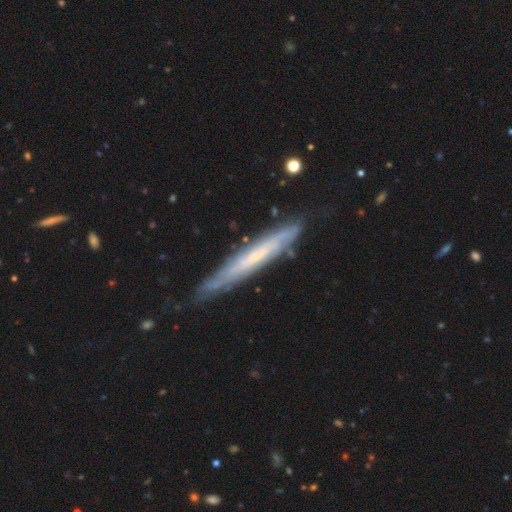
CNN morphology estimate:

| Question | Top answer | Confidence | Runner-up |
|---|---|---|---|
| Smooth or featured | featured or disk | 65% | smooth (29%) |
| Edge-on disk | yes | 77% | no (23%) |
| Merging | none | 76% | minor disturbance (18%) |